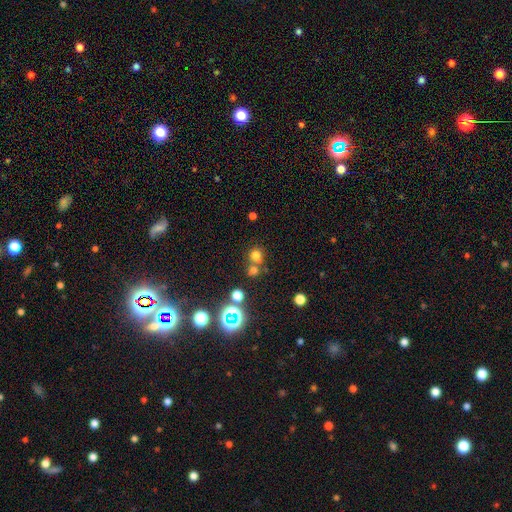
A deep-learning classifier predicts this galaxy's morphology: Smooth or featured? Predicted: smooth (p=0.67). How rounded? Predicted: round (p=0.85). Merging? Predicted: none (p=0.56).